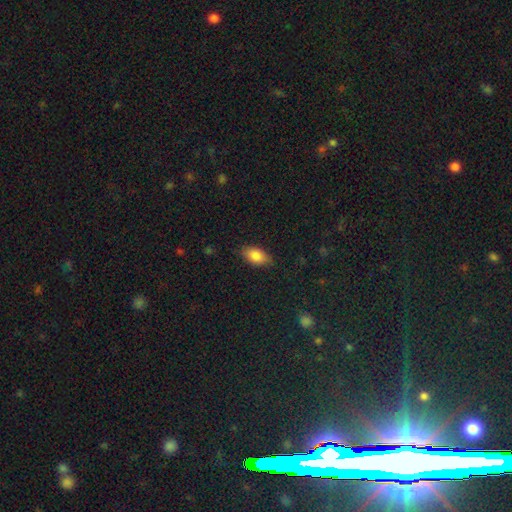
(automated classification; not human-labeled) Q: Smooth or featured?
A: smooth (86%); runner-up: star or artifact (8%)
Q: How rounded?
A: in between (91%); runner-up: round (5%)
Q: Merging?
A: none (81%); runner-up: minor disturbance (15%)